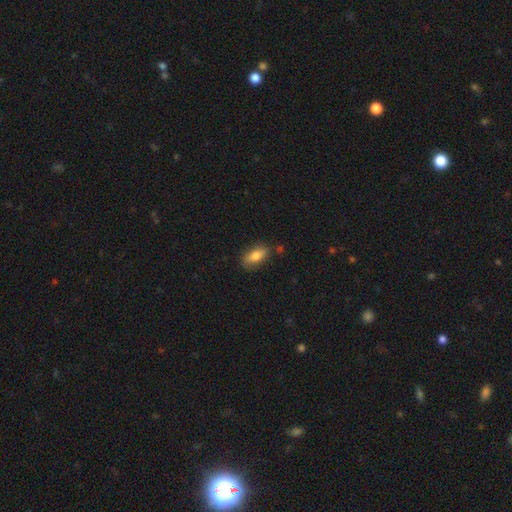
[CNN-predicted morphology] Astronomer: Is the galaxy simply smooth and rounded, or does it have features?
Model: smooth — 76%.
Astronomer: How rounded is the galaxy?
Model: in between — 83%.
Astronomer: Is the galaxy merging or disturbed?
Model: none — 77%.